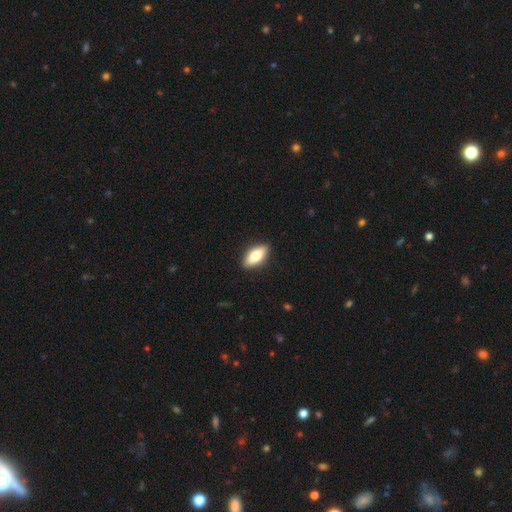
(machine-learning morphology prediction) Smooth or featured: smooth — 73% (featured or disk — 21%)
How rounded: in between — 80% (cigar-shaped — 18%)
Merging: none — 89% (minor disturbance — 8%)